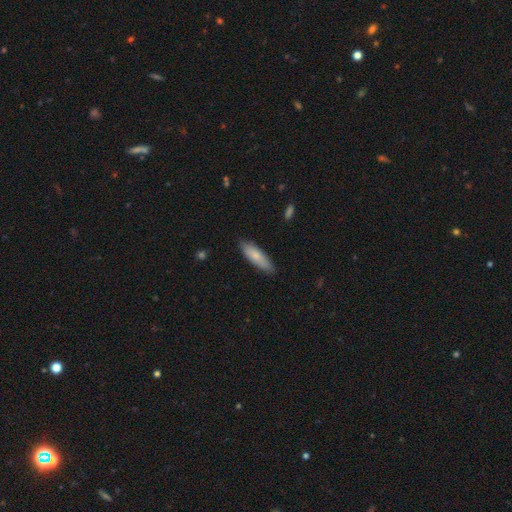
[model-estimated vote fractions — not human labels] Smooth or featured?
  - smooth: 75% *
  - featured or disk: 19%
  - star or artifact: 5%
How rounded?
  - cigar-shaped: 55% *
  - in between: 44%
  - round: 2%
Merging?
  - none: 82% *
  - minor disturbance: 15%
  - major disturbance: 2%
  - merger: 1%